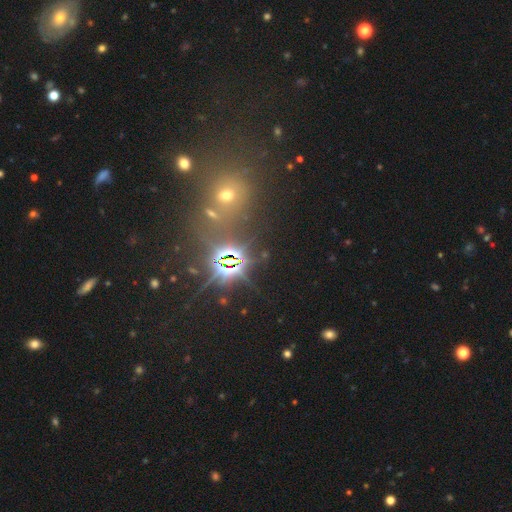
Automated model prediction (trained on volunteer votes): star or artifact 70%, smooth 23%, featured or disk 8%.